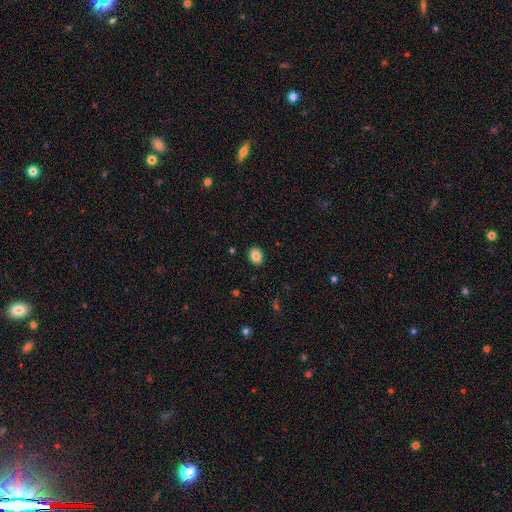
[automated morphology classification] Smooth or featured? Predicted: smooth (p=0.86). How rounded? Predicted: in between (p=0.62). Merging? Predicted: none (p=0.90).